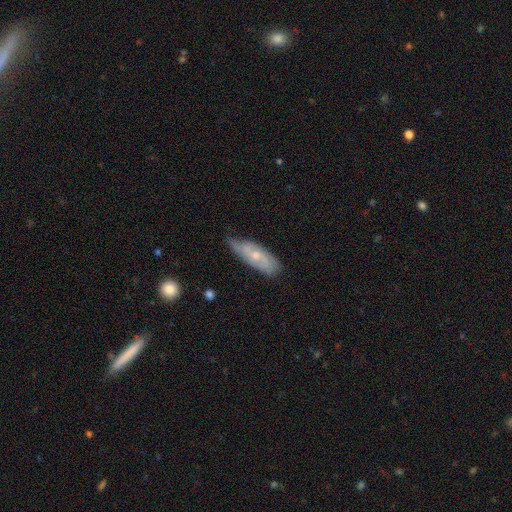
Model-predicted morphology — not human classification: smooth-or-featured: featured or disk: 54% | smooth: 40% | star or artifact: 6%
  disk-edge-on: no: 79% | yes: 21%
  merging: none: 58% | minor disturbance: 34% | major disturbance: 6% | merger: 2%